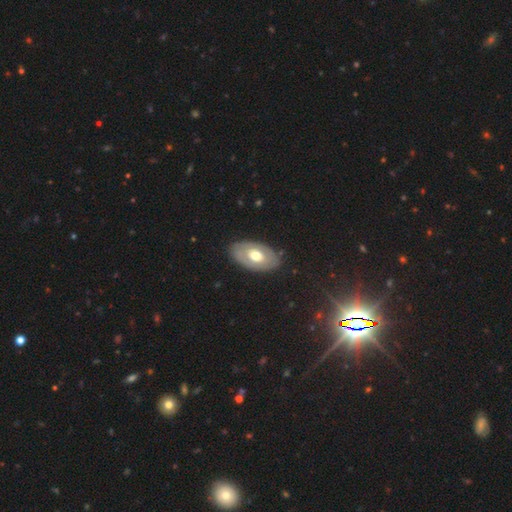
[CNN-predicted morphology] featured or disk 48%, smooth 47%, star or artifact 5%. Down the decision tree: merging — none (82%).